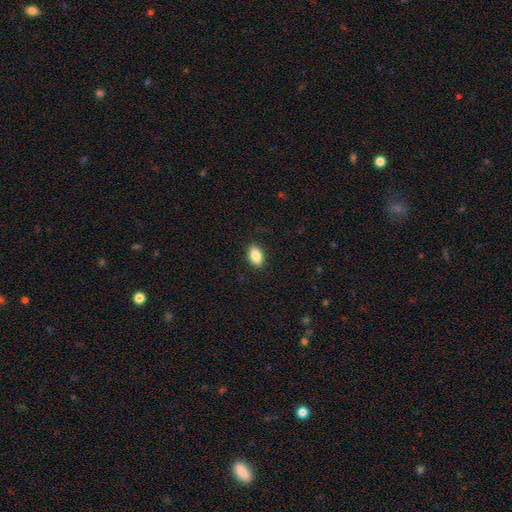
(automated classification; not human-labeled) Smooth or featured? Predicted: smooth (p=0.87). How rounded? Predicted: in between (p=0.91). Merging? Predicted: none (p=0.89).